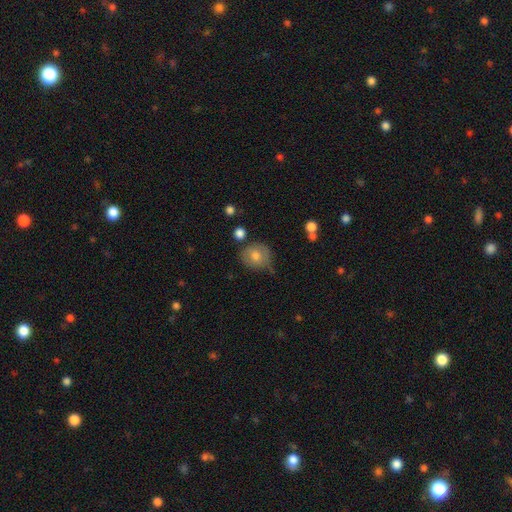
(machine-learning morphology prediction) smooth_or_featured: smooth (p=0.73) [alt: featured or disk p=0.17]
how_rounded: round (p=0.81) [alt: in between p=0.18]
merging: none (p=0.64) [alt: minor disturbance p=0.25]